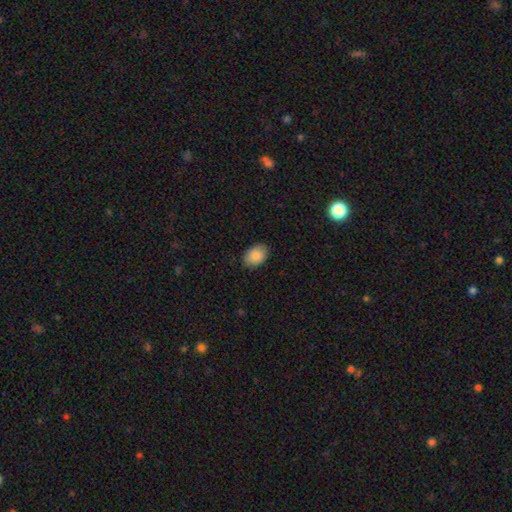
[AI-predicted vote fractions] This appears to be a smooth galaxy with no disk features (88%) that is in between round and cigar-shaped (84%). Merging: none (86%).